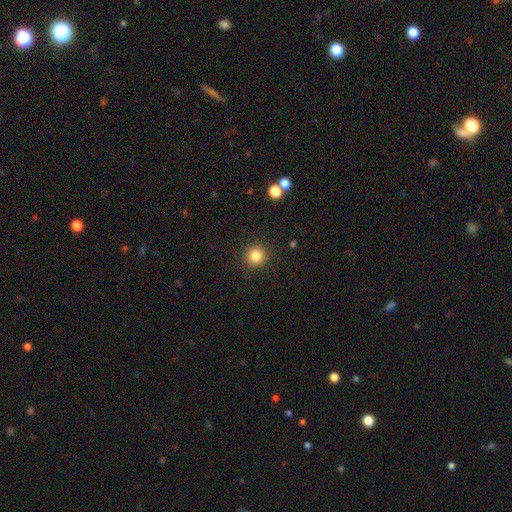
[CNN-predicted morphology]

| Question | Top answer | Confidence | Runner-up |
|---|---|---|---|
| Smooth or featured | smooth | 83% | star or artifact (11%) |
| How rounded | round | 93% | in between (6%) |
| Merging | none | 91% | minor disturbance (6%) |